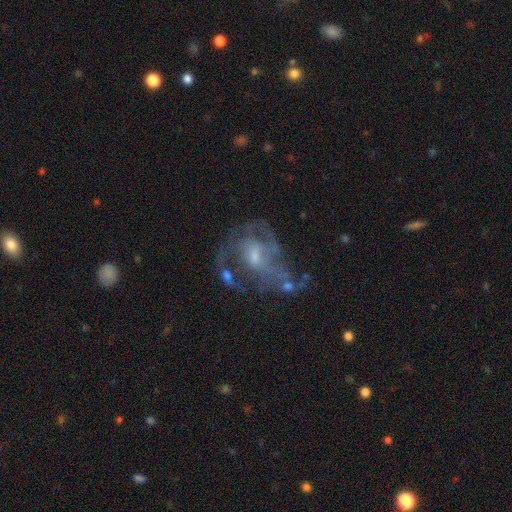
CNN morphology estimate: Q: Smooth or featured?
A: featured or disk (77%); runner-up: smooth (14%)
Q: Edge-on disk?
A: no (97%); runner-up: yes (3%)
Q: Bar?
A: no (52%); runner-up: weak (41%)
Q: Spiral arms?
A: yes (75%); runner-up: no (25%)
Q: Spiral winding?
A: medium (46%); runner-up: tight (27%)
Q: Spiral arm count?
A: can't tell (34%); runner-up: 3 (25%)
Q: Bulge size?
A: small (47%); runner-up: moderate (39%)
Q: Merging?
A: none (40%); runner-up: major disturbance (31%)